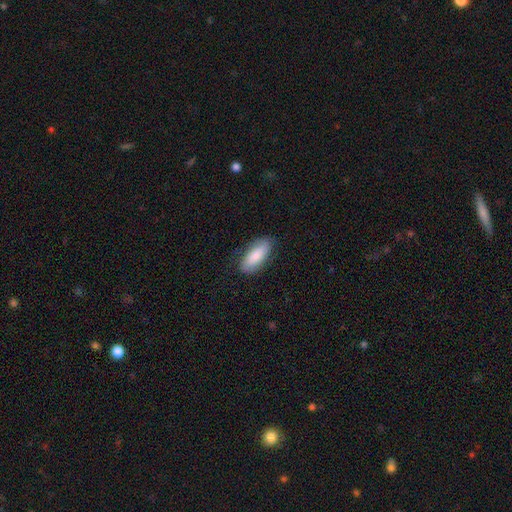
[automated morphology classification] A smooth galaxy with no disk features (80%) that is in between round and cigar-shaped (82%). Merging: none (82%).